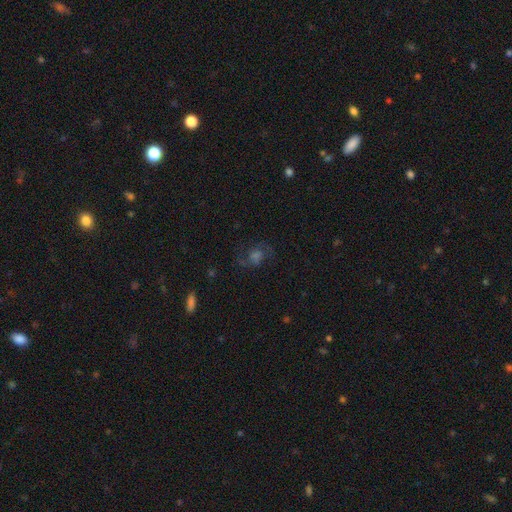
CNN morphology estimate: A featured or disk galaxy (57%) with no bar (62%), spiral arms (89%) and a moderate central bulge (36%). Merging: none (72%).